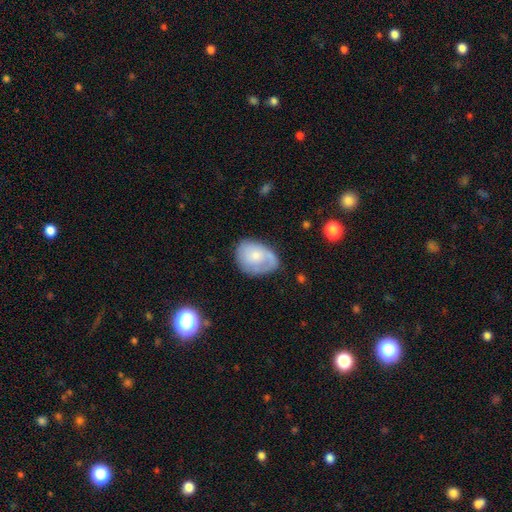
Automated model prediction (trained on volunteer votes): This is possibly a smooth galaxy (51%). How rounded: likely in between (69%). Merging: possibly none (56%).